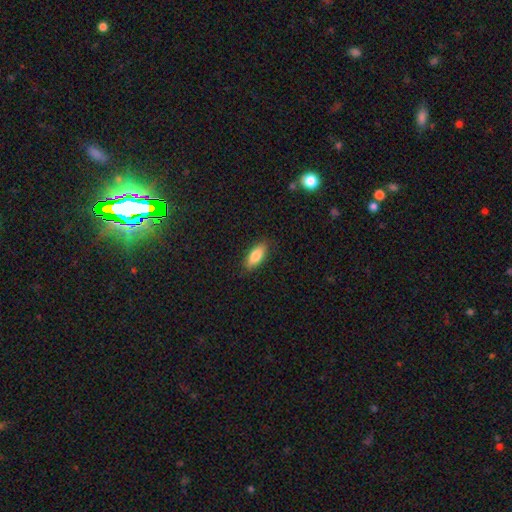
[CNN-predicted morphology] Smooth or featured? smooth (83%)
How rounded? in between (75%)
Merging? none (87%)